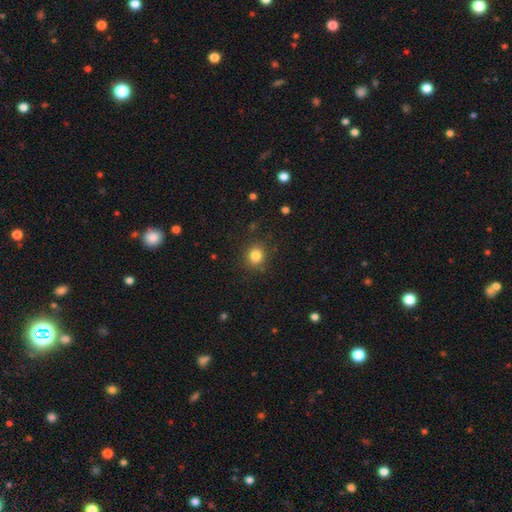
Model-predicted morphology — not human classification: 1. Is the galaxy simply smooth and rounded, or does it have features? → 82% smooth, 12% star or artifact, 6% featured or disk.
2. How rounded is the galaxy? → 82% round, 18% in between, 1% cigar-shaped.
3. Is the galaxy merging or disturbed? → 87% none, 9% minor disturbance, 3% major disturbance, 2% merger.